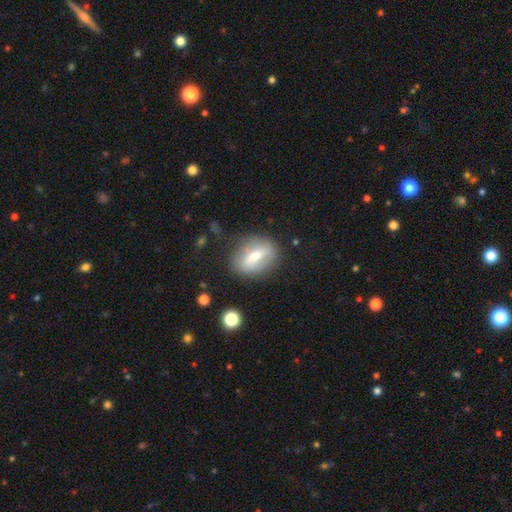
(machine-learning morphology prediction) A smooth galaxy with no disk features (47%). Merging: none (76%).